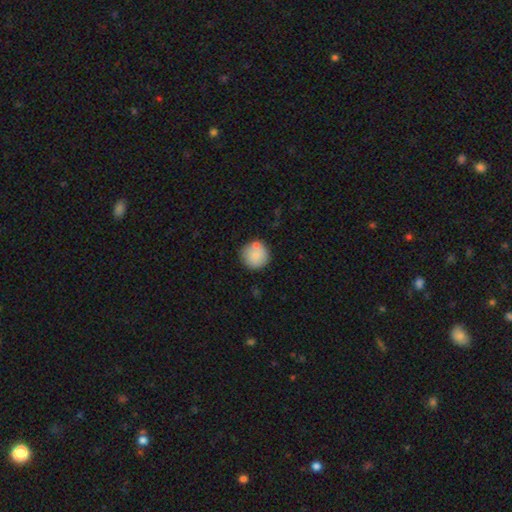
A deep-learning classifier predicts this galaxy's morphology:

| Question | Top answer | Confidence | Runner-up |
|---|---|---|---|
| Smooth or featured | smooth | 83% | featured or disk (9%) |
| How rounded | round | 93% | in between (6%) |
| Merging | none | 74% | minor disturbance (11%) |